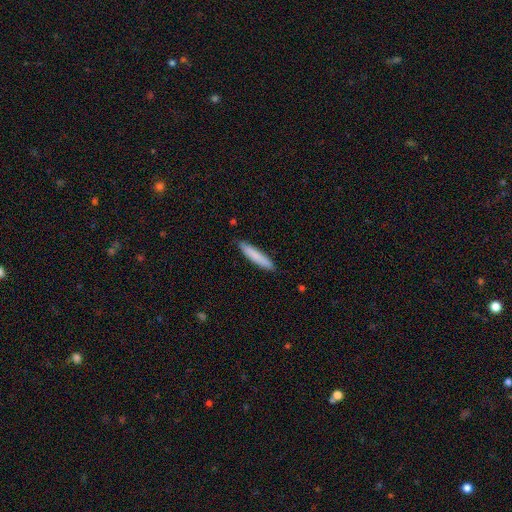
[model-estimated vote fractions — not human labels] Smooth or featured? Predicted: smooth (p=0.82). How rounded? Predicted: cigar-shaped (p=0.90). Merging? Predicted: none (p=0.87).